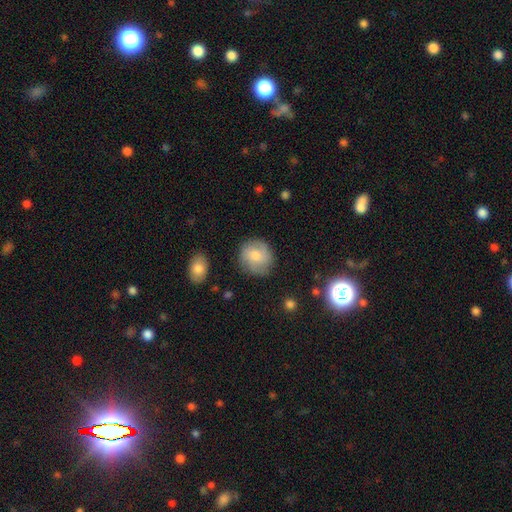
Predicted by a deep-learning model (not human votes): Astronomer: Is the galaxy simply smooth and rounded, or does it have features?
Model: smooth — 64%.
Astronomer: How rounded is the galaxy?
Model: round — 86%.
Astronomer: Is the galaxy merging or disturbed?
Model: none — 79%.